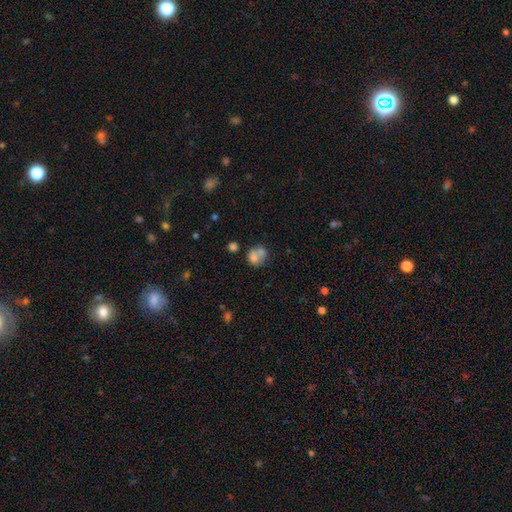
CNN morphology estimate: A smooth galaxy with no disk features (69%) that is round (63%). Merging: merger (54%).